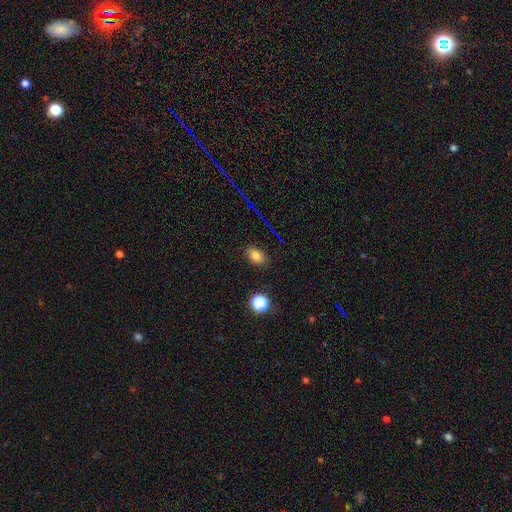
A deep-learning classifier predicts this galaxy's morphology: A smooth galaxy with no disk features (77%) that is in between round and cigar-shaped (79%).

Vote fractions:
- Smooth or featured? smooth: 77% / star or artifact: 15% / featured or disk: 8%
- How rounded? in between: 79% / round: 19% / cigar-shaped: 2%
- Merging? none: 85% / minor disturbance: 10% / major disturbance: 3% / merger: 2%